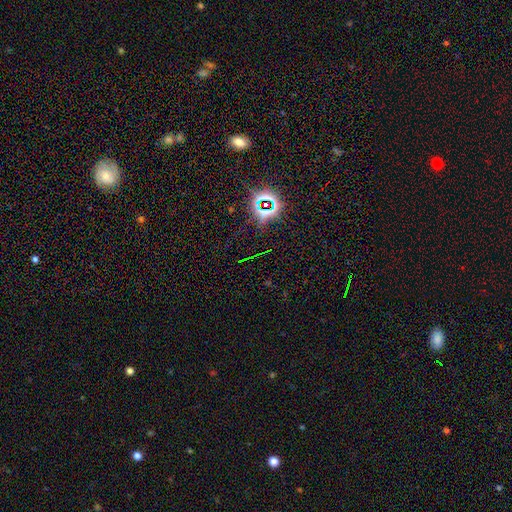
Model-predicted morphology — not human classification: Smooth or featured: star or artifact — 81% (smooth — 11%)